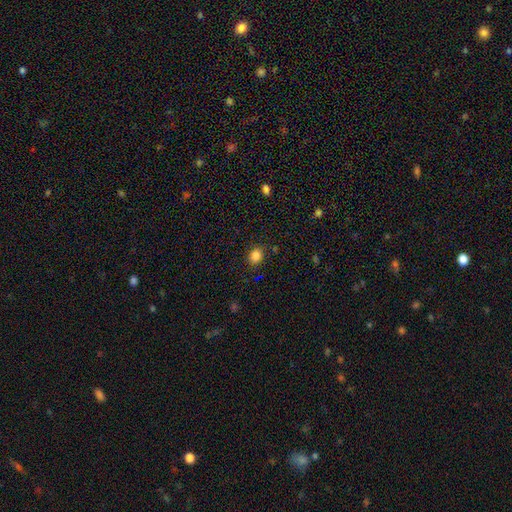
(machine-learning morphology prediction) This appears to be a smooth galaxy with no disk features (84%) that is round (59%). Merging: none (87%).